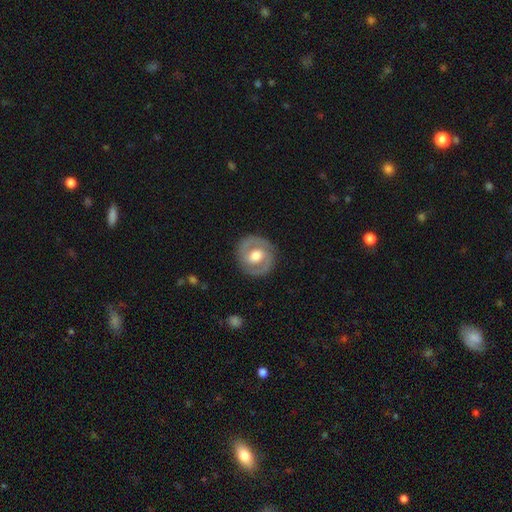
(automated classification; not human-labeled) Morphology: type=featured or disk (72%); edge-on=no (97%); bar=no (42%, tied with weak); spiral arms=yes (77%); winding=tight (46%); arm count=2 (87%); bulge=moderate (61%); merging=none (86%).